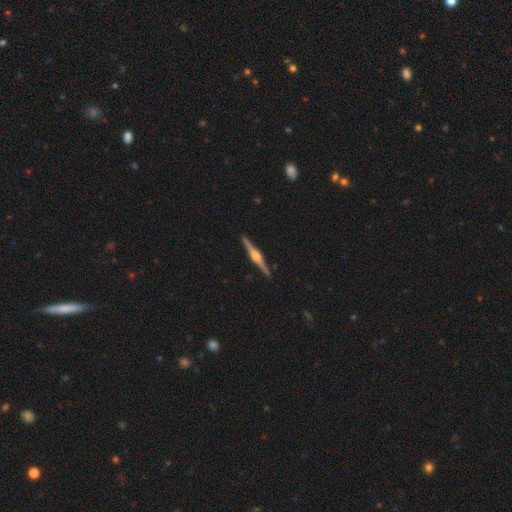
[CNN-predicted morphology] This is clearly a featured or disk galaxy (87%). It is clearly viewed edge-on (99%). Edge-on bulge: clearly rounded (87%). Merging: clearly none (93%).